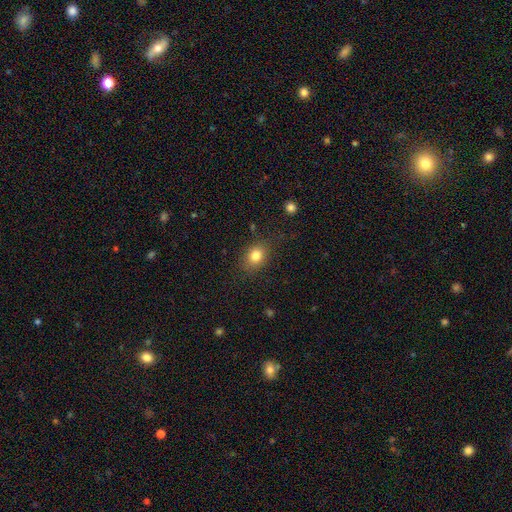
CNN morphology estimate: smooth-or-featured: smooth: 81% | star or artifact: 11% | featured or disk: 8%
  how-rounded: in between: 52% | round: 47% | cigar-shaped: 1%
  merging: none: 81% | minor disturbance: 13% | major disturbance: 4% | merger: 1%